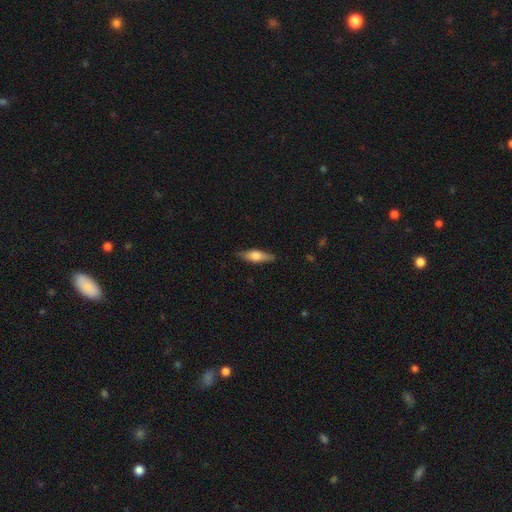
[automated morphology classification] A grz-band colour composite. It shows a smooth galaxy with no disk features (53%) that is cigar-shaped (52%). Merging: none (84%).